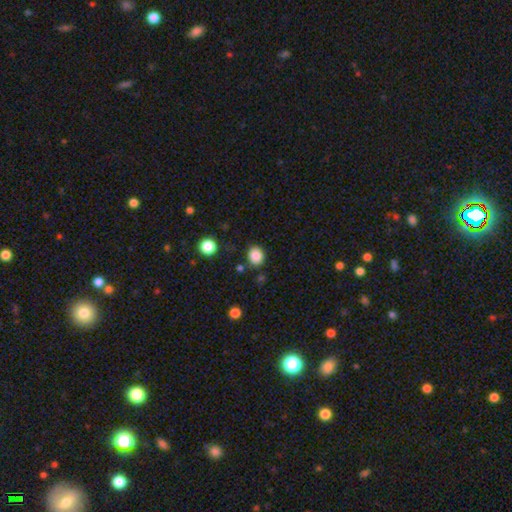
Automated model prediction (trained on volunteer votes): This appears to be a smooth galaxy with no disk features (86%) that is round (74%). Merging: none (83%).